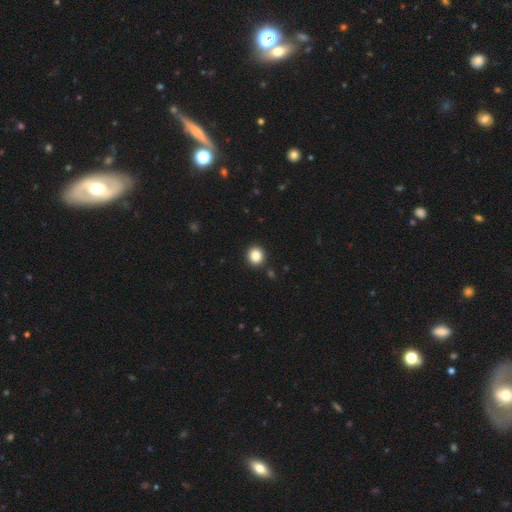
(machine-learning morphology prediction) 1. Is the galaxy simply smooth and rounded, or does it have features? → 86% smooth, 10% star or artifact, 4% featured or disk.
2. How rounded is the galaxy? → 87% round, 12% in between, 1% cigar-shaped.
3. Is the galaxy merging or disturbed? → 91% none, 6% minor disturbance, 2% major disturbance, 1% merger.